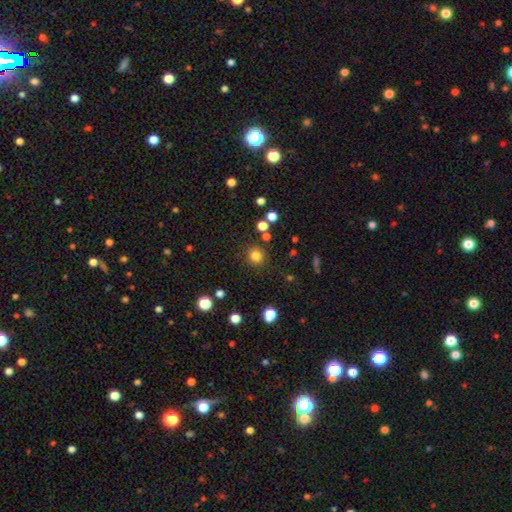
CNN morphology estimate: type=smooth (81%); roundness=round (91%); merging=none (88%).